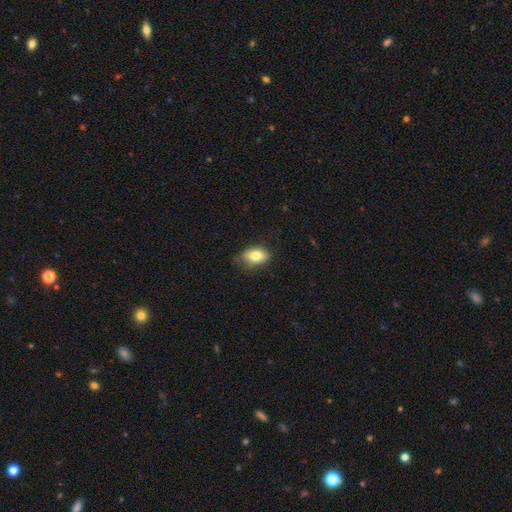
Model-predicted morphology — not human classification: Smooth or featured? Predicted: smooth (p=0.80). How rounded? Predicted: in between (p=0.86). Merging? Predicted: none (p=0.68).